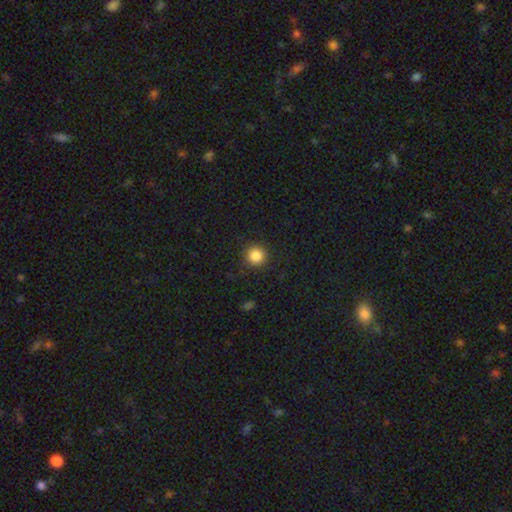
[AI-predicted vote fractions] This is clearly a smooth galaxy (85%). How rounded: clearly round (94%). Merging: clearly none (88%).